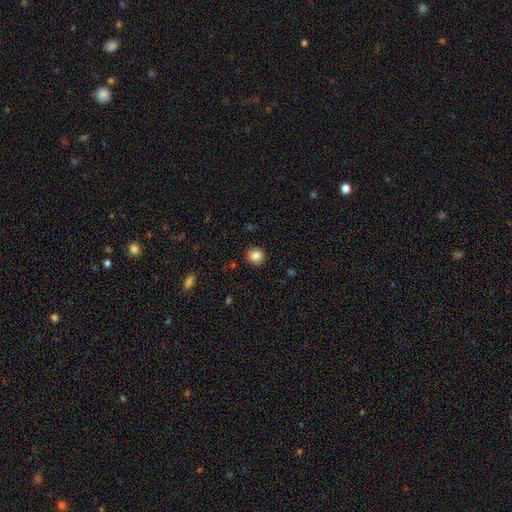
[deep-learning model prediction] Smooth or featured: smooth — 84% (star or artifact — 9%)
How rounded: round — 87% (in between — 12%)
Merging: none — 90% (minor disturbance — 7%)